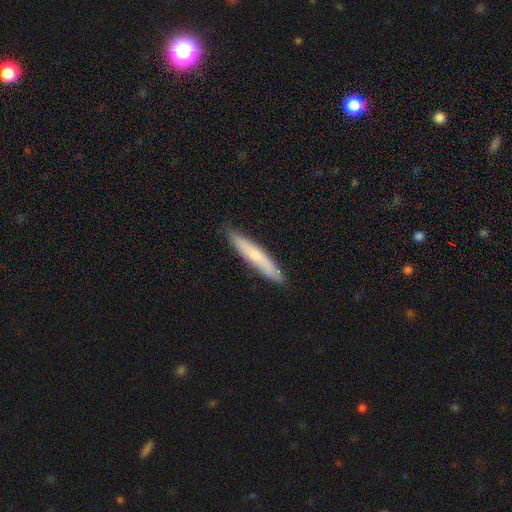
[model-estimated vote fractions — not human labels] smooth-or-featured: smooth: 57% | featured or disk: 37% | star or artifact: 6%
  how-rounded: cigar-shaped: 92% | in between: 7% | round: 1%
  merging: none: 86% | minor disturbance: 11% | major disturbance: 2% | merger: 1%